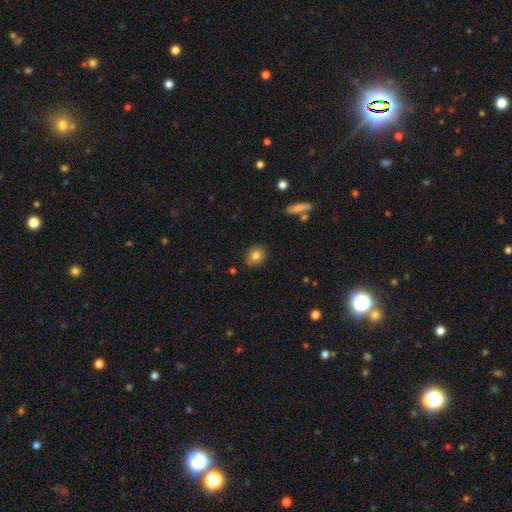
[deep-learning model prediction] This is likely a smooth galaxy (80%). How rounded: likely round (71%). Merging: clearly none (82%).